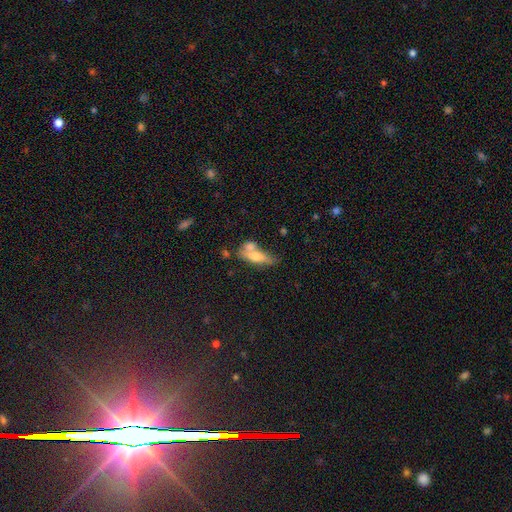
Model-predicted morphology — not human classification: Q: Smooth or featured?
A: smooth (60%); runner-up: featured or disk (32%)
Q: How rounded?
A: in between (55%); runner-up: cigar-shaped (40%)
Q: Merging?
A: merger (41%); runner-up: none (36%)